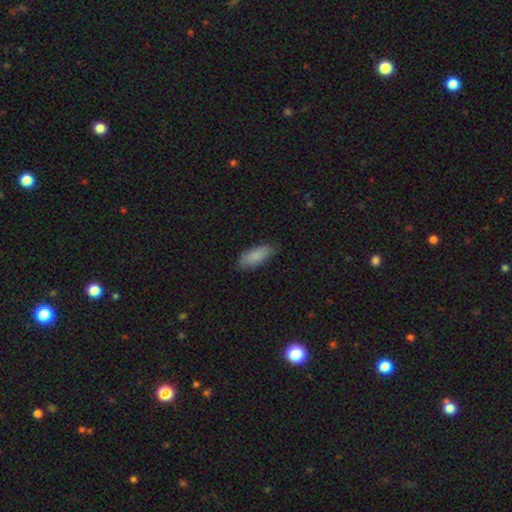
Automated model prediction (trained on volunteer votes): smooth_or_featured: smooth (p=0.87) [alt: featured or disk p=0.07]
how_rounded: in between (p=0.83) [alt: cigar-shaped p=0.15]
merging: none (p=0.79) [alt: minor disturbance p=0.17]